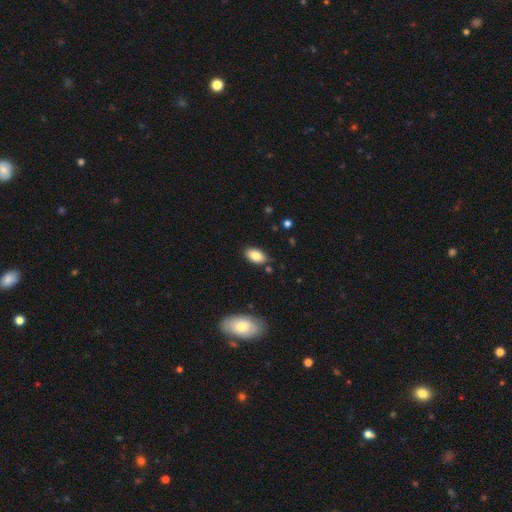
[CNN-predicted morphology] This is clearly a smooth galaxy (84%). How rounded: clearly in between (93%). Merging: clearly none (83%).